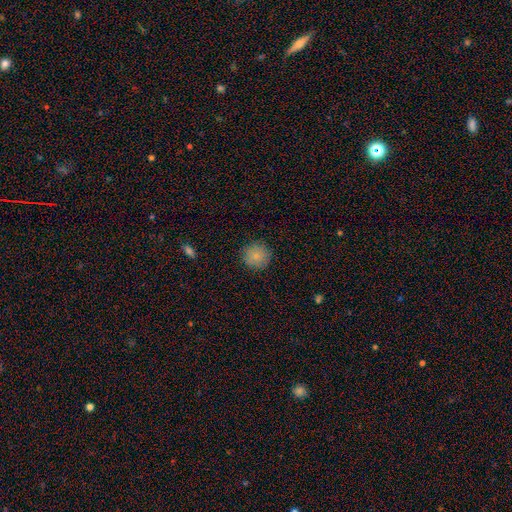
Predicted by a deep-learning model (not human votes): Morphology: type=smooth (84%); roundness=round (93%); merging=none (89%).